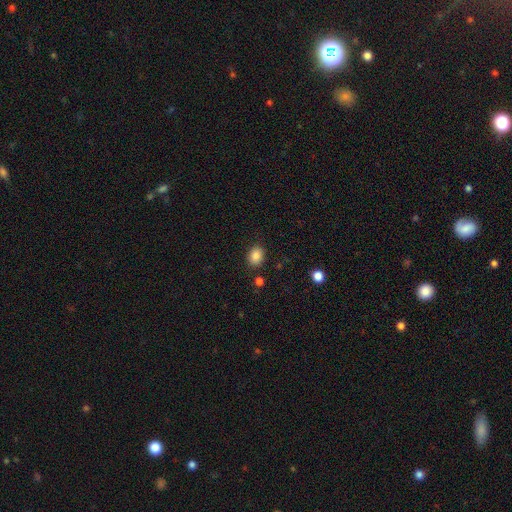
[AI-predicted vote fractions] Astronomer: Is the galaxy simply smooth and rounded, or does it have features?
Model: smooth — 86%.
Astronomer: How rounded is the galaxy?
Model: in between — 63%.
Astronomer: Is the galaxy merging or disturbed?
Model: none — 86%.